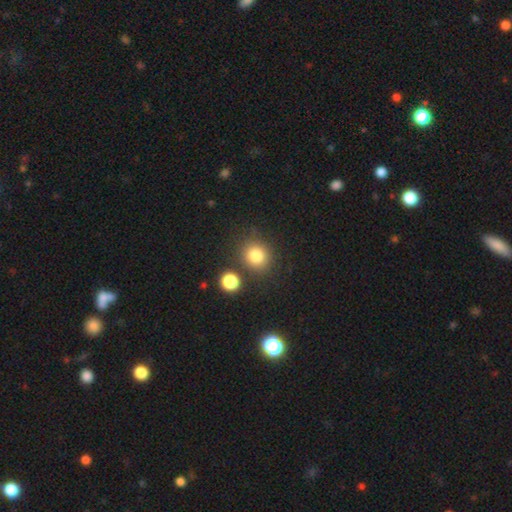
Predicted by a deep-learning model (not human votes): Smooth or featured: smooth — 81% (star or artifact — 13%)
How rounded: round — 84% (in between — 15%)
Merging: none — 80% (minor disturbance — 9%)